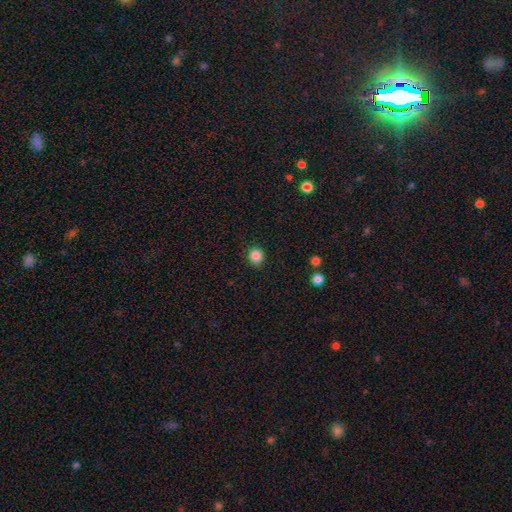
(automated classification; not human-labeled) This is clearly a smooth galaxy (87%). How rounded: clearly round (83%). Merging: clearly none (89%).